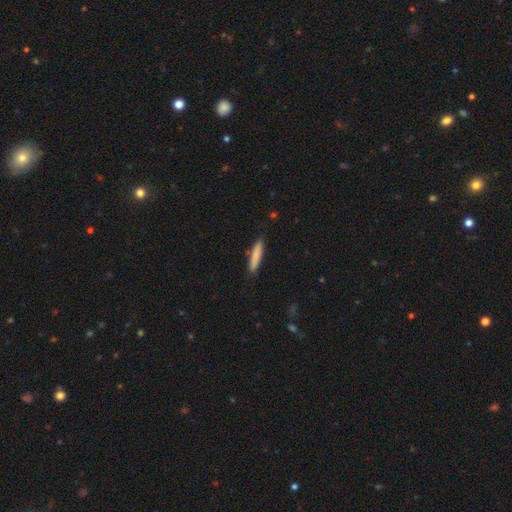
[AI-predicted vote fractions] smooth_or_featured: smooth (p=0.82) [alt: featured or disk p=0.13]
how_rounded: cigar-shaped (p=0.90) [alt: in between p=0.09]
merging: none (p=0.87) [alt: minor disturbance p=0.09]